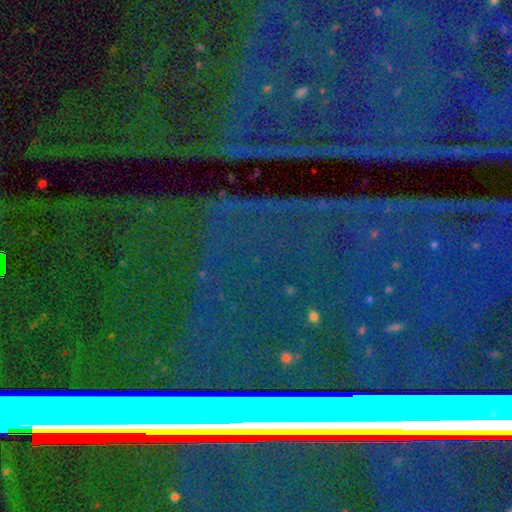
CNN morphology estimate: smooth_or_featured: star or artifact (p=0.81) [alt: featured or disk p=0.10]